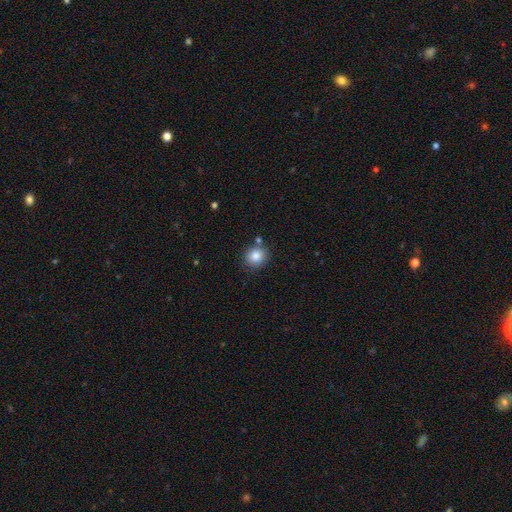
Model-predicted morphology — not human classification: The model was most divided on "merging": none: 80%, minor disturbance: 9%, merger: 8%, major disturbance: 2%. More confident: how rounded — round (87%); smooth or featured — smooth (83%).